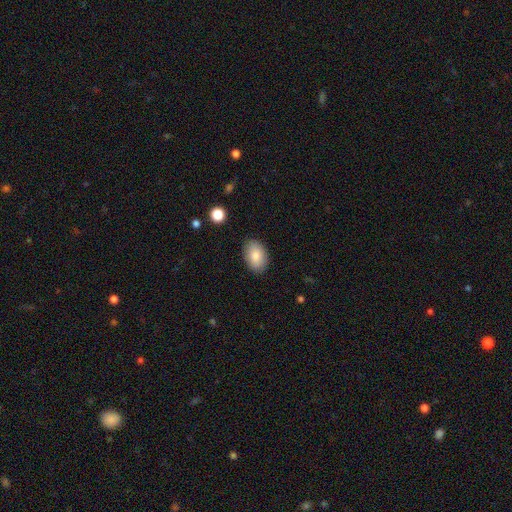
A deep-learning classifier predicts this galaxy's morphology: A smooth galaxy with no disk features (85%) that is in between round and cigar-shaped (87%). Merging: none (87%).